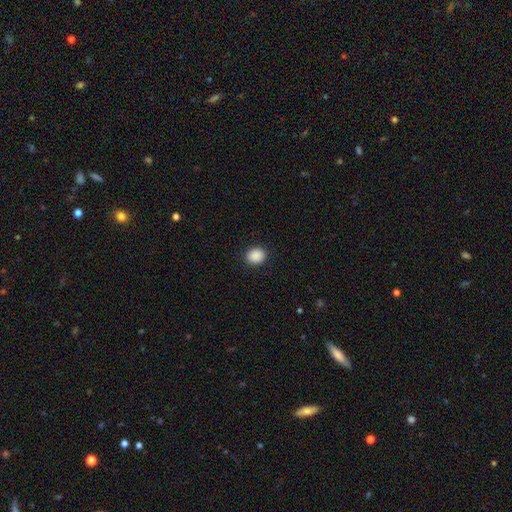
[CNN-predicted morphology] A smooth galaxy with no disk features (89%) that is round (67%).

Vote fractions:
- Smooth or featured? smooth: 89% / star or artifact: 8% / featured or disk: 2%
- How rounded? round: 67% / in between: 32% / cigar-shaped: 1%
- Merging? none: 91% / minor disturbance: 6% / major disturbance: 2% / merger: 1%